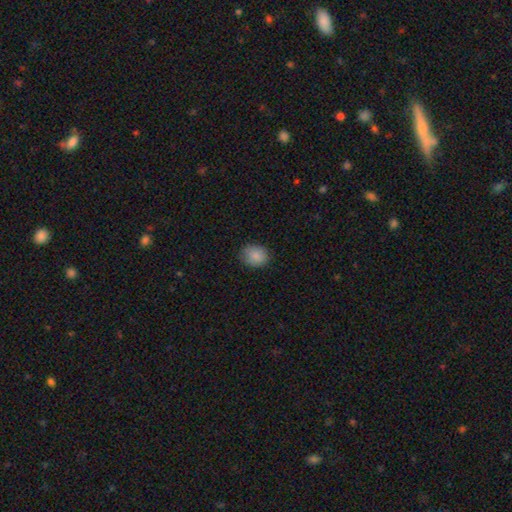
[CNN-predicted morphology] Smooth or featured: smooth — 87% (star or artifact — 8%)
How rounded: round — 59% (in between — 40%)
Merging: none — 82% (minor disturbance — 14%)